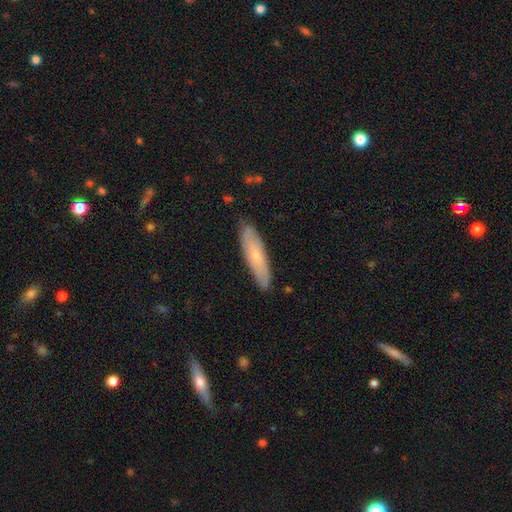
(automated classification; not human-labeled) A smooth galaxy with no disk features (56%) that is cigar-shaped (74%).

Vote fractions:
- Smooth or featured? smooth: 56% / featured or disk: 38% / star or artifact: 6%
- How rounded? cigar-shaped: 74% / in between: 25% / round: 2%
- Merging? none: 84% / minor disturbance: 13% / major disturbance: 2% / merger: 1%